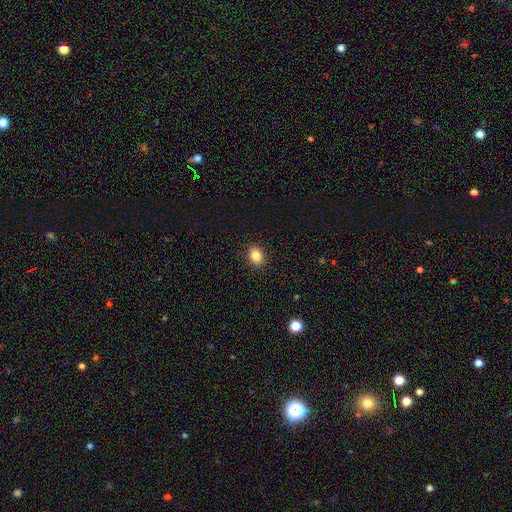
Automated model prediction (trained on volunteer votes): smooth 84%, star or artifact 10%, featured or disk 6%. Down the decision tree: how rounded — in between (60%); merging — none (90%).